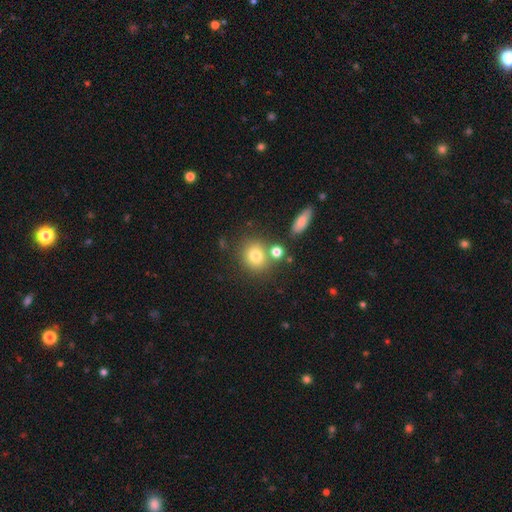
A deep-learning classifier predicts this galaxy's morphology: smooth 77%, star or artifact 12%, featured or disk 11%. Down the decision tree: how rounded — round (79%); merging — none (67%).